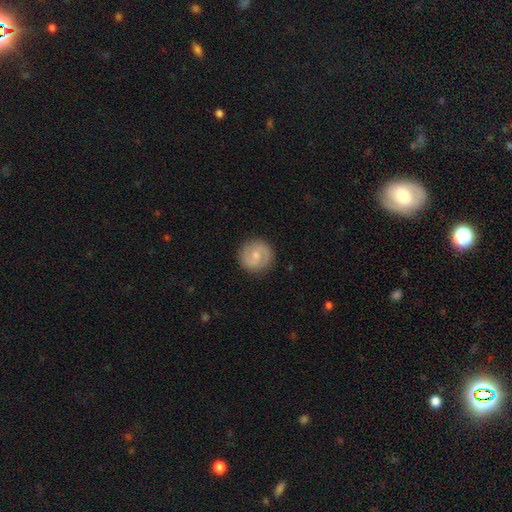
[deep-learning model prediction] Morphology: type=featured or disk (70%); edge-on=no (98%); bar=weak (47%); spiral arms=yes (93%); winding=tight (44%, tied with medium); arm count=2 (90%); bulge=small (48%); merging=none (89%).